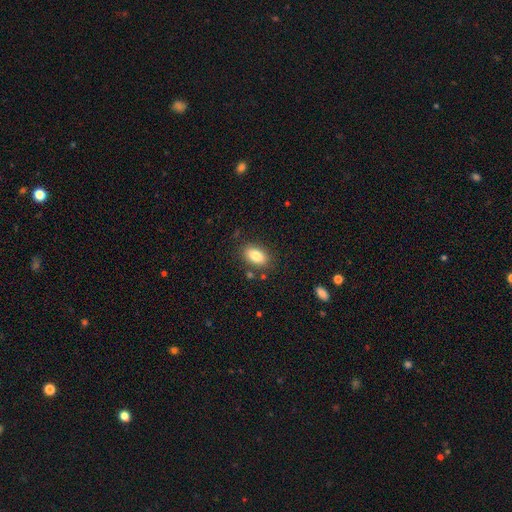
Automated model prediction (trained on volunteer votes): Overall: smooth (84%). How rounded: in between (91%). Merging: none (83%).